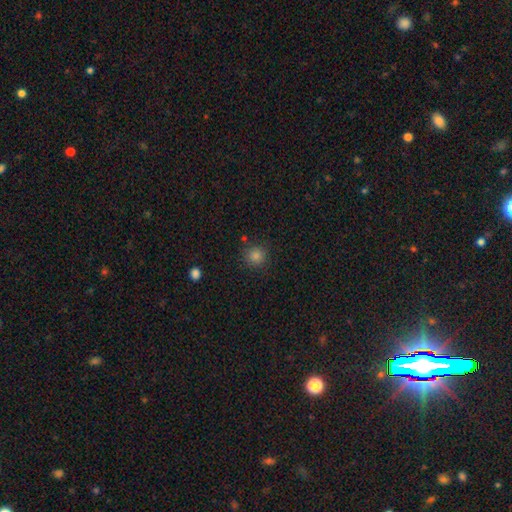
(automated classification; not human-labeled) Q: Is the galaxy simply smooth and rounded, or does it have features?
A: smooth — 81%.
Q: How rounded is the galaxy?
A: round — 94%.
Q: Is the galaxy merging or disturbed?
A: none — 87%.